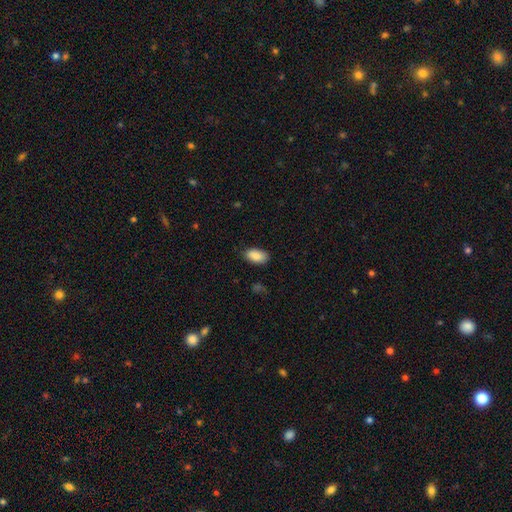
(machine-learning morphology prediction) Smooth or featured? Predicted: smooth (p=0.89). How rounded? Predicted: in between (p=0.94). Merging? Predicted: none (p=0.83).